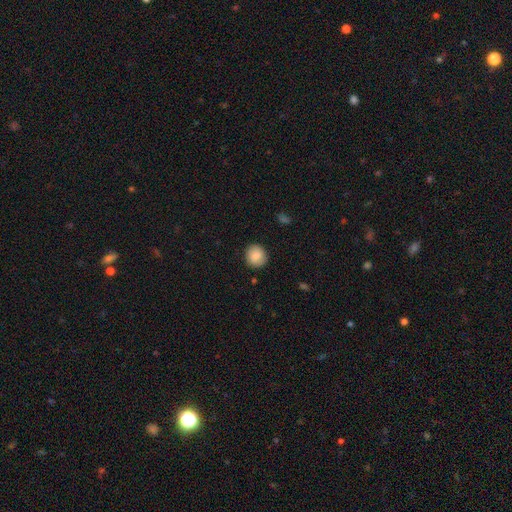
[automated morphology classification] A smooth galaxy with no disk features (85%) that is round (84%).

Vote fractions:
- Smooth or featured? smooth: 85% / featured or disk: 8% / star or artifact: 8%
- How rounded? round: 84% / in between: 15% / cigar-shaped: 1%
- Merging? none: 88% / minor disturbance: 9% / major disturbance: 2% / merger: 1%